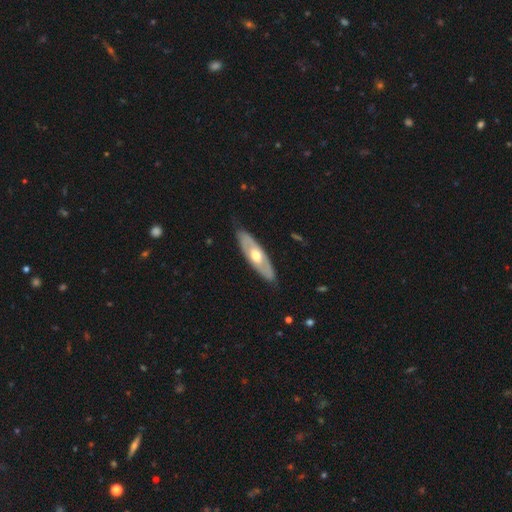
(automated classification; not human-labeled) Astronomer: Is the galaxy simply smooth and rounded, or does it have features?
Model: featured or disk — 59% (runner-up: smooth, 37%).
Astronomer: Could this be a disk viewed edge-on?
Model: no — 62% (runner-up: yes, 38%).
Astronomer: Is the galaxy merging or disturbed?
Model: none — 82%.